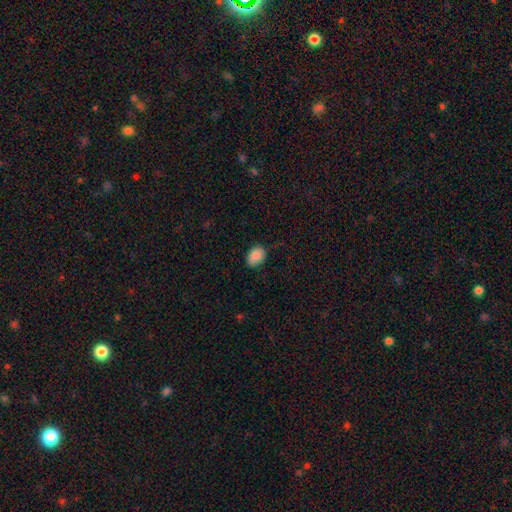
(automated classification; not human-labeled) Morphology: type=smooth (87%); roundness=in between (76%); merging=none (81%).